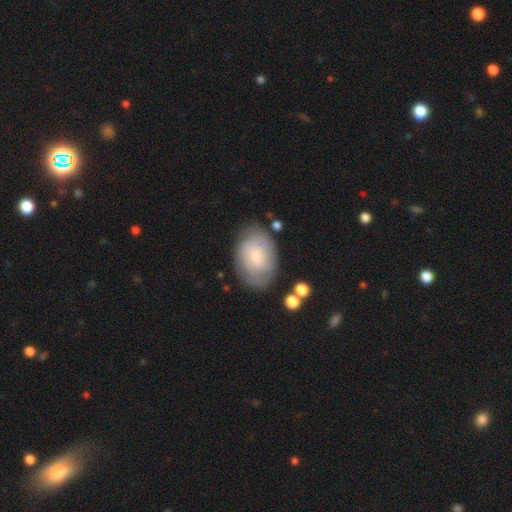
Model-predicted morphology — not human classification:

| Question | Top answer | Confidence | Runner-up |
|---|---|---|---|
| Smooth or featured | smooth | 47% | featured or disk (46%) |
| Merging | none | 74% | minor disturbance (17%) |